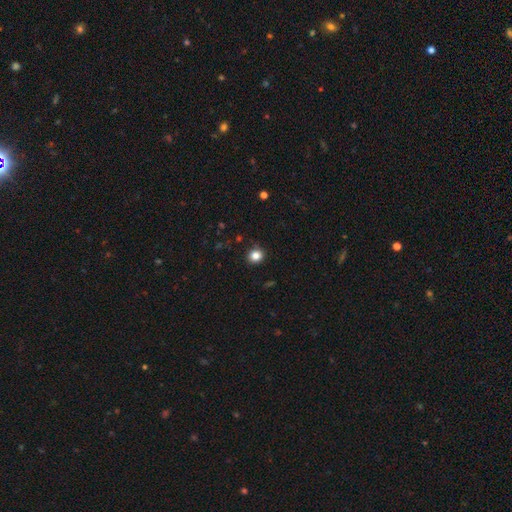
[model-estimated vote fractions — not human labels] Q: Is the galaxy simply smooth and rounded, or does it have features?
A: smooth — 83%.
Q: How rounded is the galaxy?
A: round — 85%.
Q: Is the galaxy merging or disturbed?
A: none — 86%.